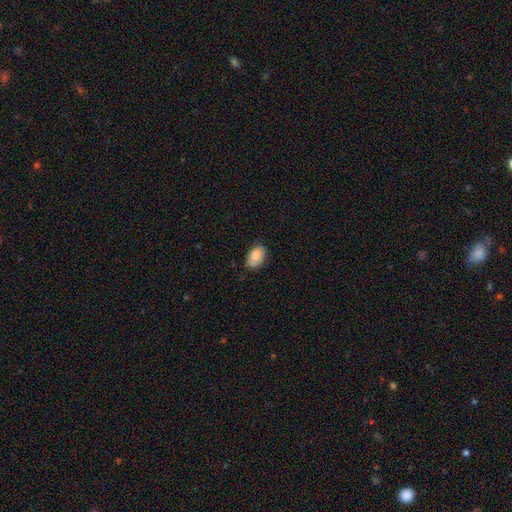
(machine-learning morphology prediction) Smooth or featured: smooth — 81% (featured or disk — 12%)
How rounded: in between — 89% (round — 10%)
Merging: none — 74% (minor disturbance — 21%)